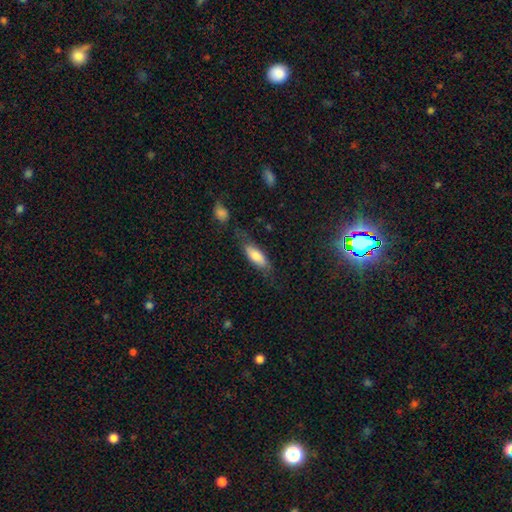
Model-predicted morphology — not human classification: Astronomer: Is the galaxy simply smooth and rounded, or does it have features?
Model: smooth — 74%.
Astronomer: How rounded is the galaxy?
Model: in between — 68%.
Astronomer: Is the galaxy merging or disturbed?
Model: none — 61%.